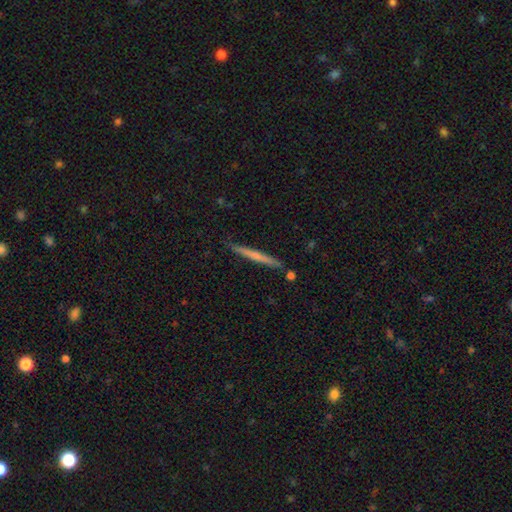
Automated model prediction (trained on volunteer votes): Smooth or featured: smooth — 49% (featured or disk — 45%)
Merging: none — 88% (minor disturbance — 8%)